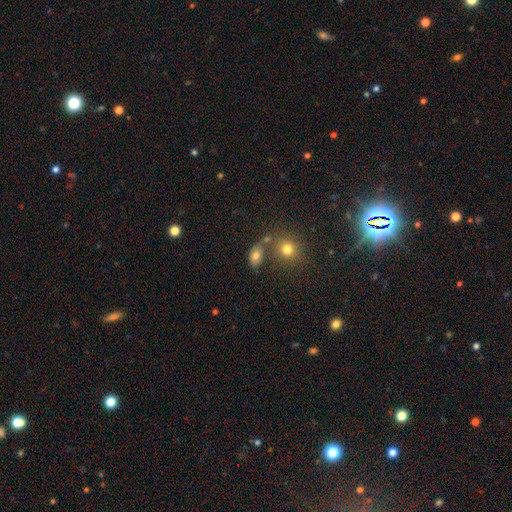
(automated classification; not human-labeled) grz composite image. It shows a smooth galaxy with no disk features (76%) that is in between round and cigar-shaped (77%). Merging: none (56%).